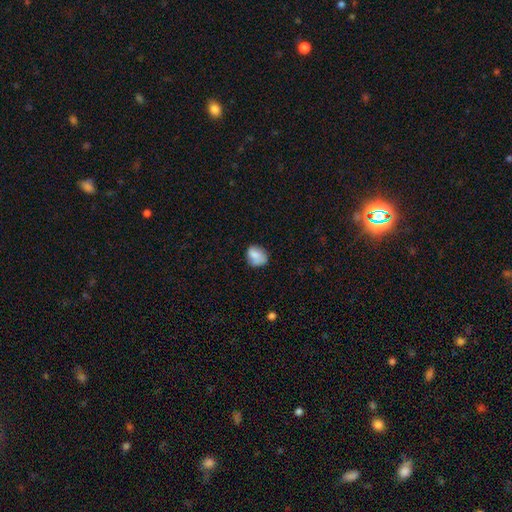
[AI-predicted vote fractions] smooth-or-featured: smooth: 78% | featured or disk: 13% | star or artifact: 8%
  how-rounded: in between: 51% | round: 48% | cigar-shaped: 1%
  merging: none: 59% | minor disturbance: 28% | major disturbance: 9% | merger: 5%